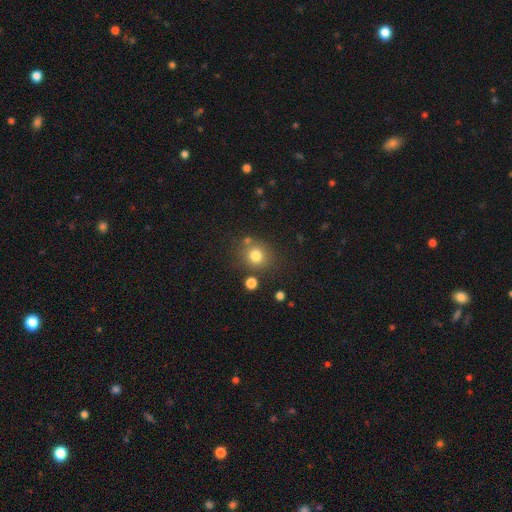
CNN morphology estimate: This appears to be a smooth galaxy with no disk features (79%) that is round (82%). Merging: none (74%).